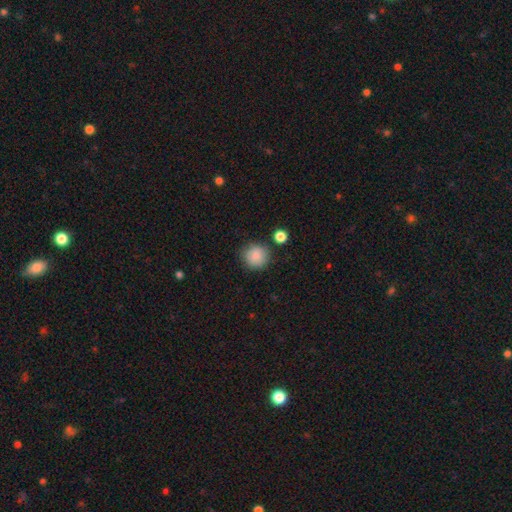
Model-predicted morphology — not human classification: smooth_or_featured: smooth (p=0.87) [alt: star or artifact p=0.08]
how_rounded: round (p=0.92) [alt: in between p=0.07]
merging: none (p=0.82) [alt: minor disturbance p=0.11]